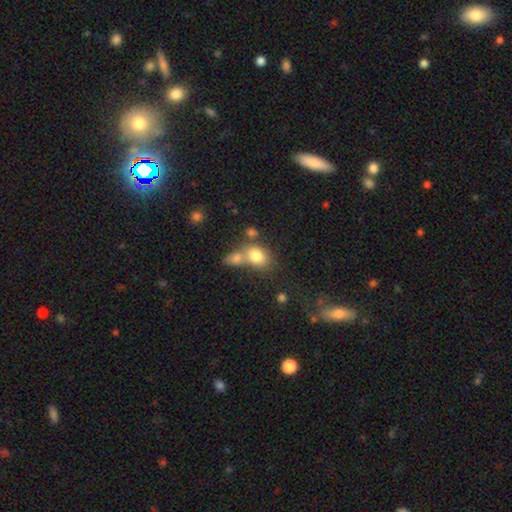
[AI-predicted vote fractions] Smooth or featured?
  - smooth: 79% *
  - featured or disk: 12%
  - star or artifact: 10%
How rounded?
  - in between: 67% *
  - round: 31%
  - cigar-shaped: 2%
Merging?
  - merger: 50% *
  - none: 34%
  - minor disturbance: 11%
  - major disturbance: 6%